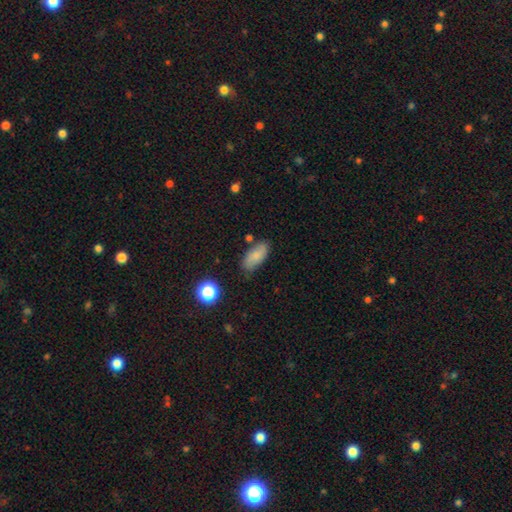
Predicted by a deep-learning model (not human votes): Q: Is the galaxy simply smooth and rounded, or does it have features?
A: smooth — 74%.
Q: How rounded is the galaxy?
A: in between — 88%.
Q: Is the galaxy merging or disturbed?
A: none — 75%.